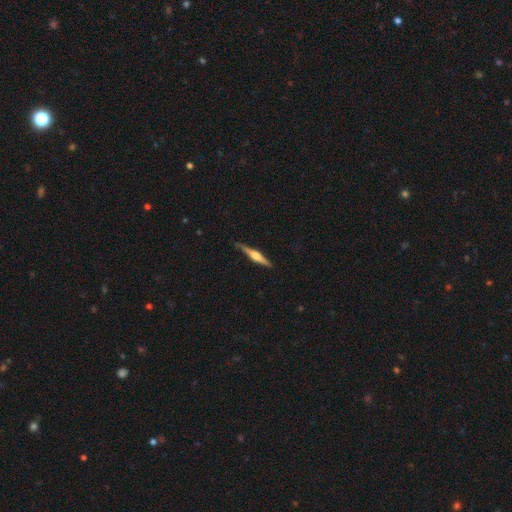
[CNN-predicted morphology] type=featured or disk (74%); edge-on=yes (98%); edge-on bulge=rounded (85%); merging=none (87%).